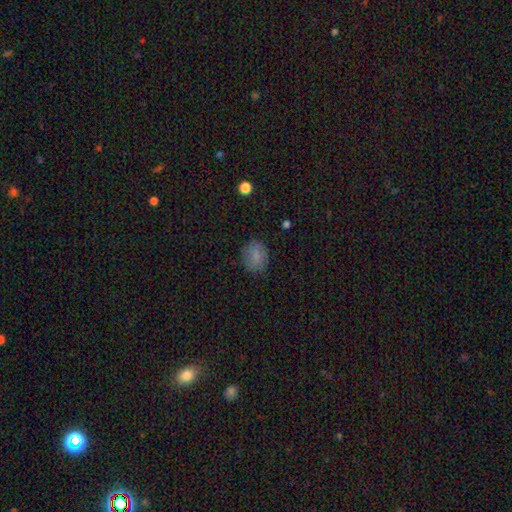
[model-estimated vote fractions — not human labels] The model was most divided on "how rounded": in between: 50%, round: 49%, cigar-shaped: 1%. More confident: smooth or featured — smooth (82%); merging — none (80%).